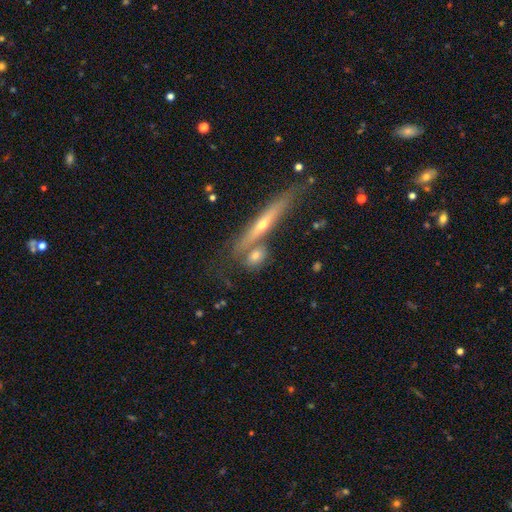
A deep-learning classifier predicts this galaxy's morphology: Overall: smooth (54%; featured or disk 37%). How rounded: in between (38%; cigar-shaped 35%). Merging: none (56%; merger 26%).